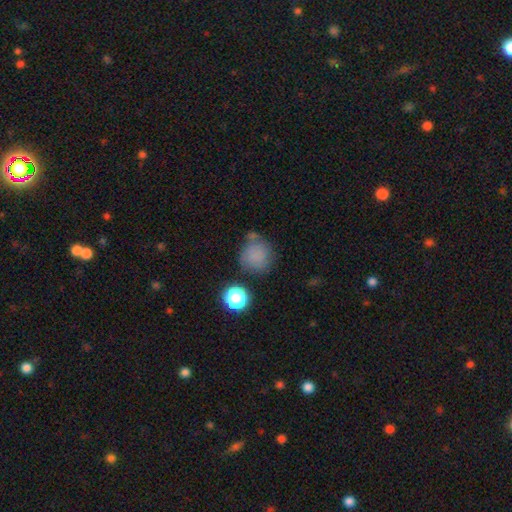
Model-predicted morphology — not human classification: A smooth galaxy with no disk features (79%) that is round (88%). Merging: none (62%).